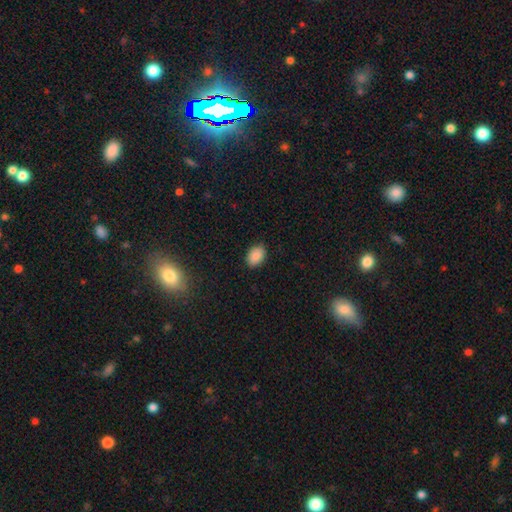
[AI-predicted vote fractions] Smooth or featured?
  - smooth: 88% *
  - star or artifact: 8%
  - featured or disk: 4%
How rounded?
  - in between: 82% *
  - round: 17%
  - cigar-shaped: 1%
Merging?
  - none: 88% *
  - minor disturbance: 9%
  - major disturbance: 2%
  - merger: 1%